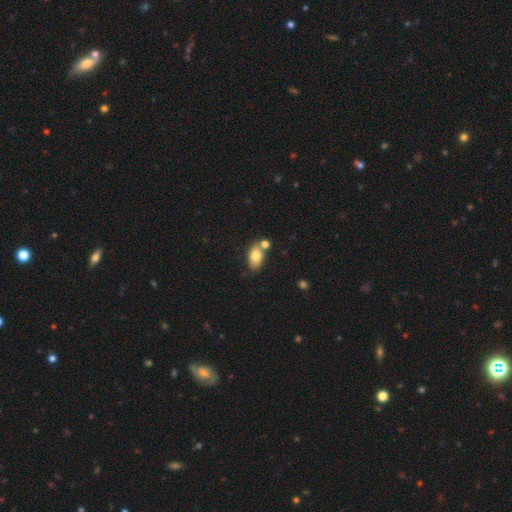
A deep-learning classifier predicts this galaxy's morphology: Overall: smooth (78%). How rounded: in between (87%). Merging: none (60%; merger 23%).